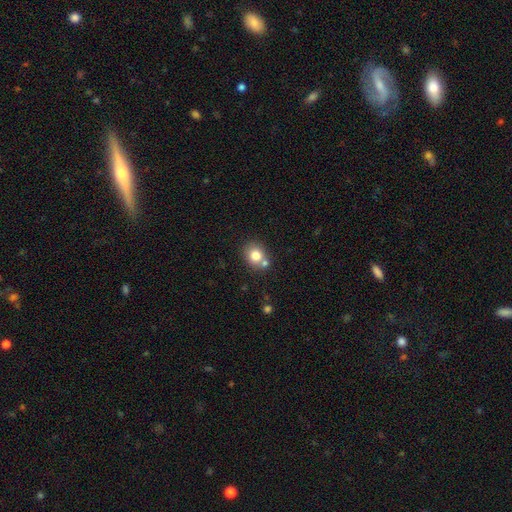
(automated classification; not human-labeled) A smooth galaxy with no disk features (77%) that is round (71%).

Vote fractions:
- Smooth or featured? smooth: 77% / featured or disk: 11% / star or artifact: 11%
- How rounded? round: 71% / in between: 29% / cigar-shaped: 1%
- Merging? none: 63% / merger: 24% / minor disturbance: 10% / major disturbance: 3%